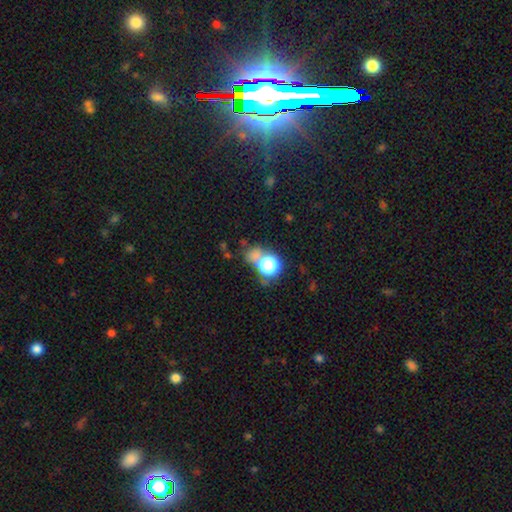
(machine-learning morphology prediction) Overall: smooth (62%; star or artifact 27%). How rounded: round (72%). Merging: none (47%; merger 28%).